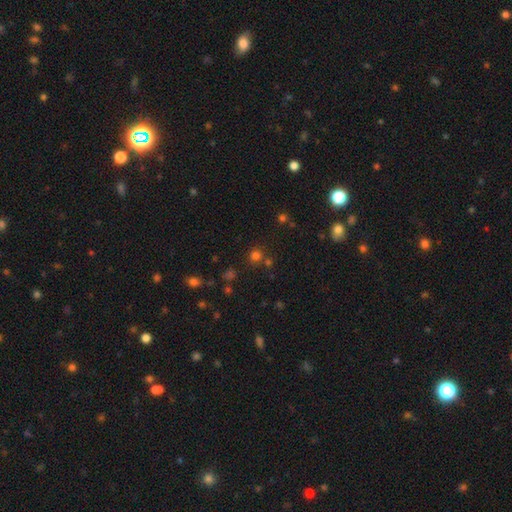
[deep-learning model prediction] This appears to be a smooth galaxy with no disk features (68%) that is round (90%). Merging: none (74%).